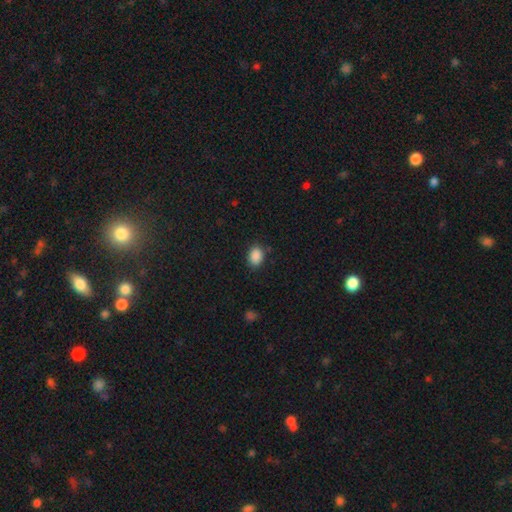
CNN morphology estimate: A smooth galaxy with no disk features (88%) that is in between round and cigar-shaped (72%).

Vote fractions:
- Smooth or featured? smooth: 88% / star or artifact: 9% / featured or disk: 3%
- How rounded? in between: 72% / round: 27% / cigar-shaped: 1%
- Merging? none: 83% / minor disturbance: 12% / major disturbance: 3% / merger: 1%